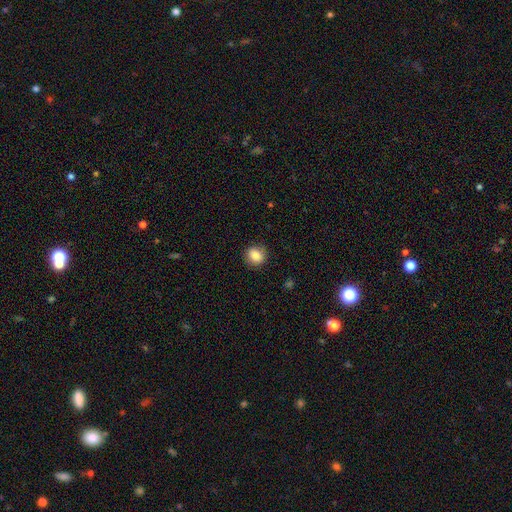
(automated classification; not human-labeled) Smooth or featured? smooth (86%)
How rounded? round (80%)
Merging? none (87%)